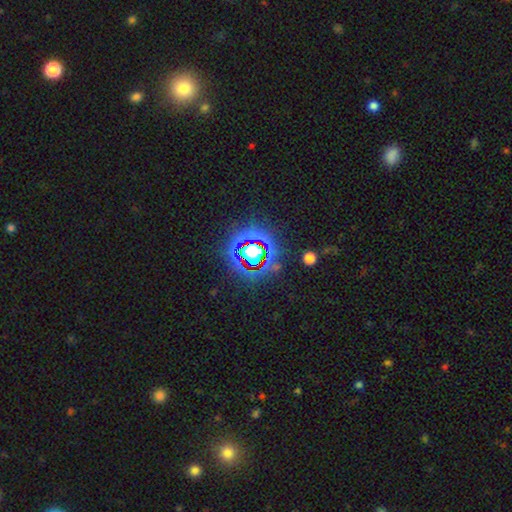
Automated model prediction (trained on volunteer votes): Smooth or featured? Predicted: star or artifact (p=0.80).